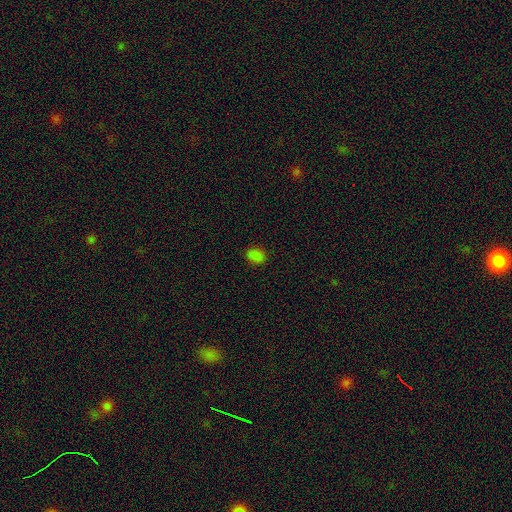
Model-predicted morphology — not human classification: smooth_or_featured: smooth (p=0.81) [alt: star or artifact p=0.16]
how_rounded: in between (p=0.67) [alt: round p=0.31]
merging: none (p=0.86) [alt: minor disturbance p=0.10]